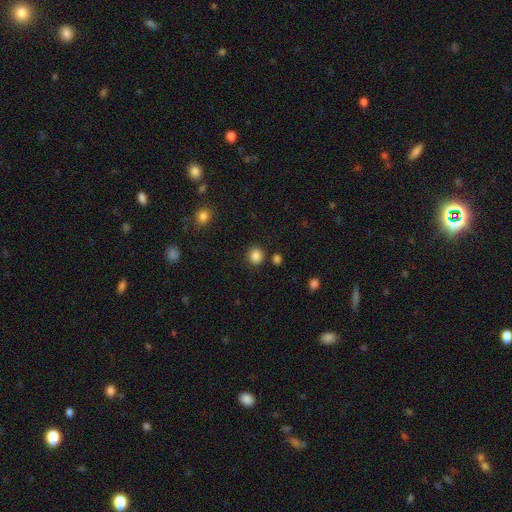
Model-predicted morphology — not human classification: Overall: smooth (86%). How rounded: round (86%). Merging: none (87%).